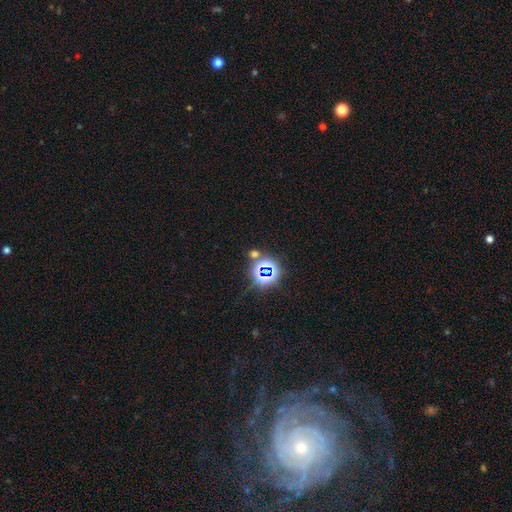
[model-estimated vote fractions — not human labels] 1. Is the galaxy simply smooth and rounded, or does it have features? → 75% star or artifact, 16% smooth, 8% featured or disk.